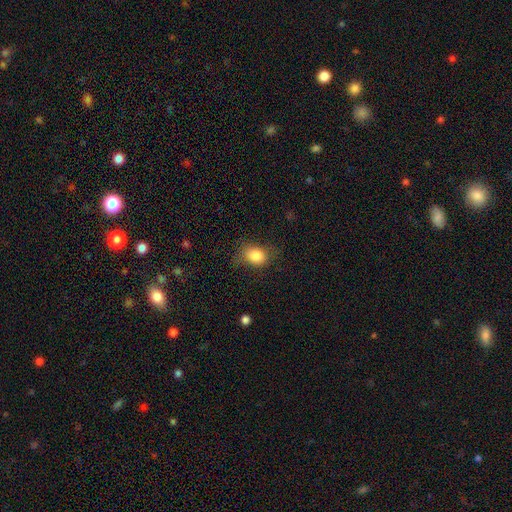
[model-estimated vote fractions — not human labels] A smooth galaxy with no disk features (83%) that is in between round and cigar-shaped (57%).

Vote fractions:
- Smooth or featured? smooth: 83% / star or artifact: 10% / featured or disk: 8%
- How rounded? in between: 57% / round: 42% / cigar-shaped: 1%
- Merging? none: 67% / minor disturbance: 23% / major disturbance: 9% / merger: 1%